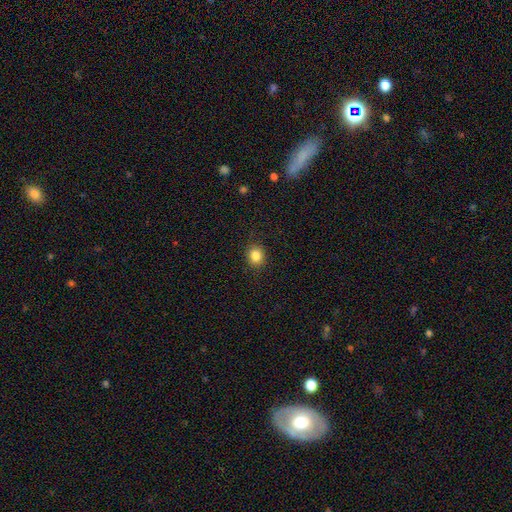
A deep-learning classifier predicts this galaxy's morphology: The model was most divided on "how rounded": round: 75%, in between: 24%, cigar-shaped: 1%. More confident: merging — none (89%); smooth or featured — smooth (85%).